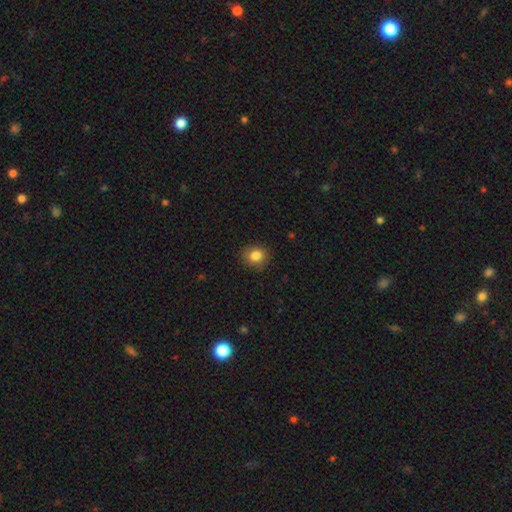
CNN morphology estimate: smooth 84%, star or artifact 10%, featured or disk 6%. Down the decision tree: how rounded — round (77%); merging — none (87%).